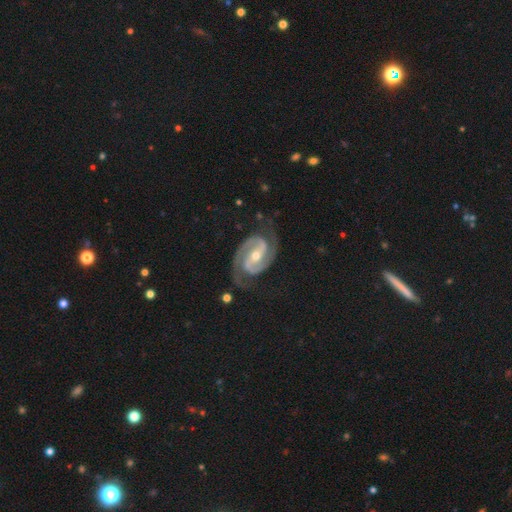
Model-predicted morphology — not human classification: featured or disk 94%, star or artifact 4%, smooth 2%. Down the decision tree: edge-on disk — no (98%); bar — strong (38%); spiral arms — yes (99%); spiral arm count — 2 (93%); spiral winding — medium (52%); bulge size — moderate (50%); merging — none (78%).